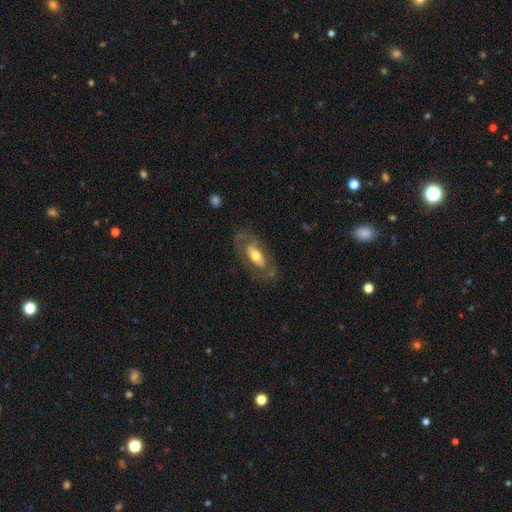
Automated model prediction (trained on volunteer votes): This appears to be a featured or disk galaxy (50%). Merging: none (69%).